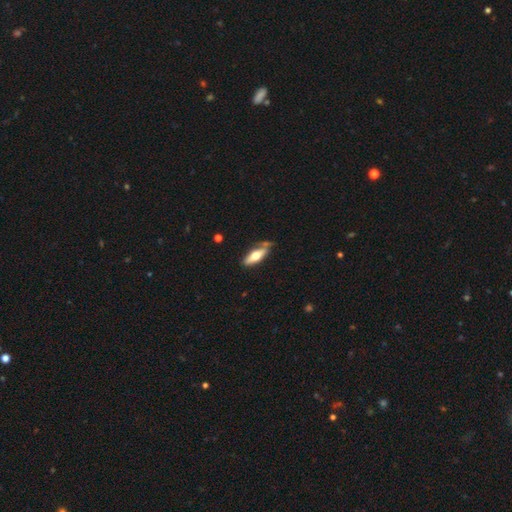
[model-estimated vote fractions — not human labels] Morphology: type=smooth (53%); roundness=in between (55%); merging=none (66%).